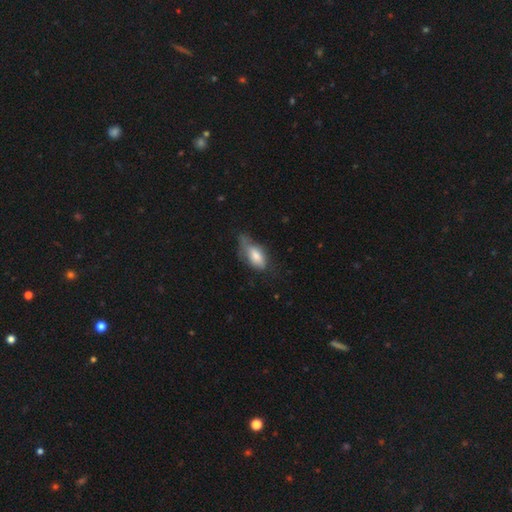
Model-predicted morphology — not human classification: Overall: smooth (73%). How rounded: in between (86%). Merging: minor disturbance (41%; none 32%).